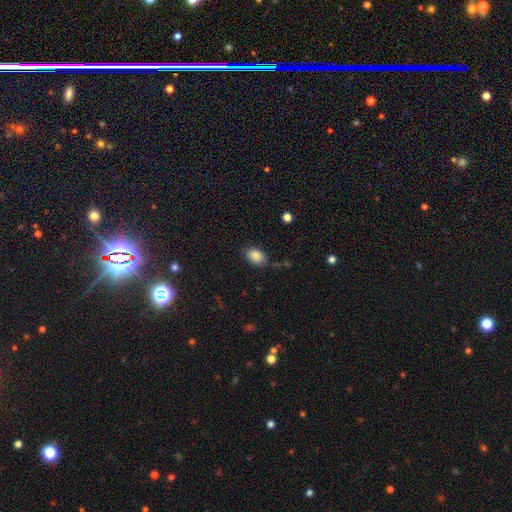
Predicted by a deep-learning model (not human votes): Smooth or featured? smooth (88%)
How rounded? in between (85%)
Merging? none (81%)